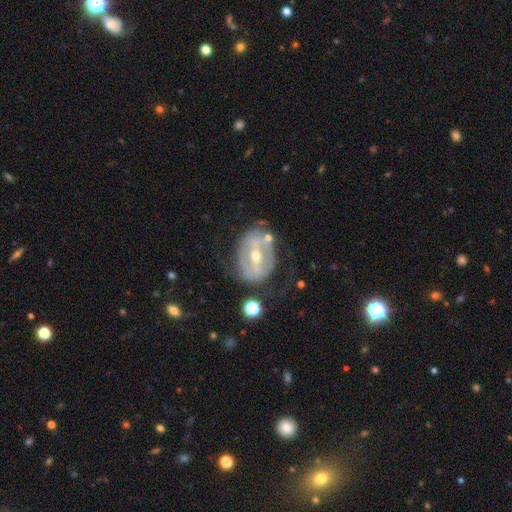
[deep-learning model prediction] This appears to be a featured or disk galaxy (79%) with a strong bar (66%), no spiral arms (54%) and a moderate central bulge (51%). Merging: none (65%).